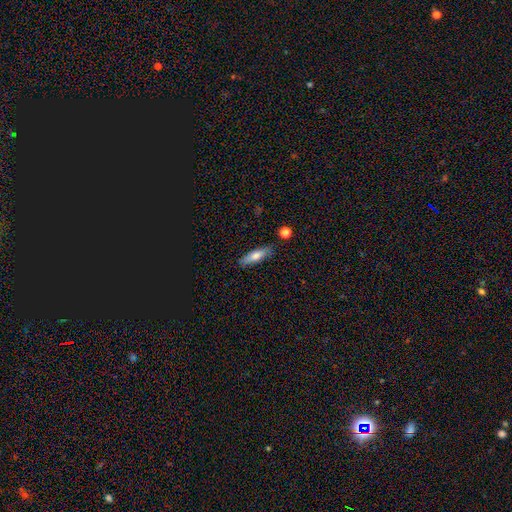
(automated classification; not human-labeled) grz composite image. It shows a smooth galaxy with no disk features (70%) that is cigar-shaped (61%). Merging: none (83%).